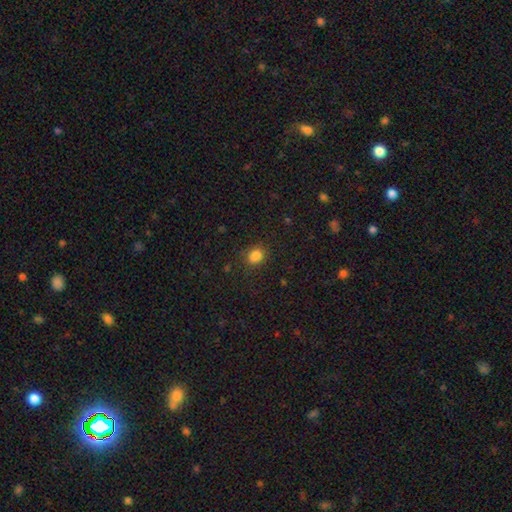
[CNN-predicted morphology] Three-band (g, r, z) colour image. It shows a smooth galaxy with no disk features (84%) that is round (53%). Merging: none (82%).